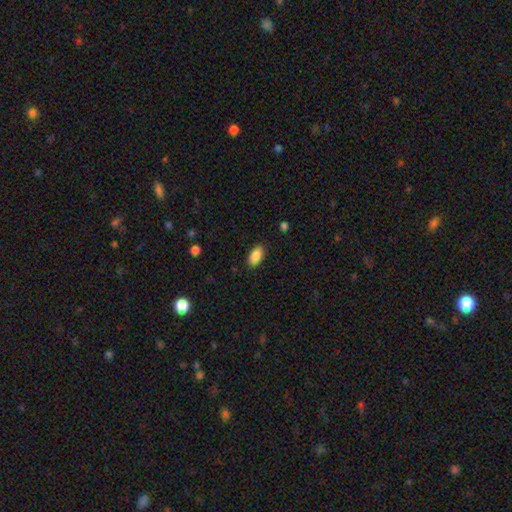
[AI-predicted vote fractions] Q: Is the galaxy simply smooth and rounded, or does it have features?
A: smooth — 89%.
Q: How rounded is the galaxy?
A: in between — 93%.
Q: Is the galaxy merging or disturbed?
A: none — 87%.